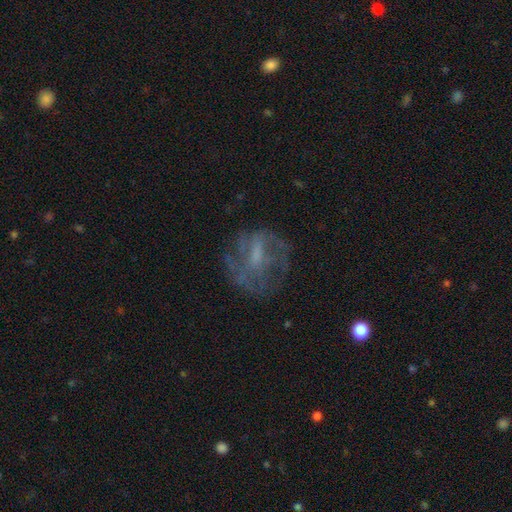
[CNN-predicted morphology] type=featured or disk (62%); edge-on=no (96%); bar=weak (43%); spiral arms=no (50%, tied with yes); bulge=small (35%); merging=none (59%).